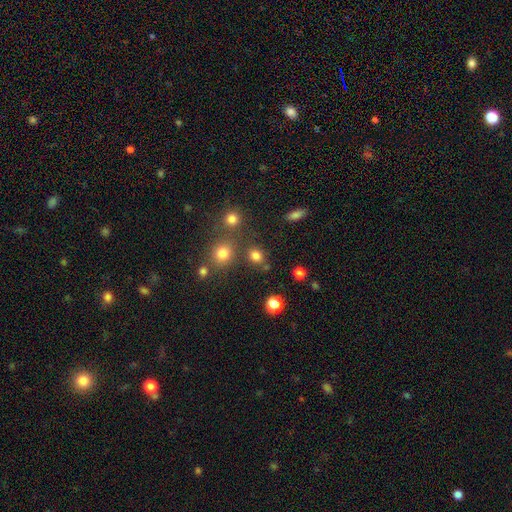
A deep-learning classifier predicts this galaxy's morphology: Smooth or featured?
  - smooth: 78% *
  - star or artifact: 16%
  - featured or disk: 6%
How rounded?
  - round: 66% *
  - in between: 33%
  - cigar-shaped: 1%
Merging?
  - none: 74% *
  - merger: 12%
  - minor disturbance: 10%
  - major disturbance: 4%